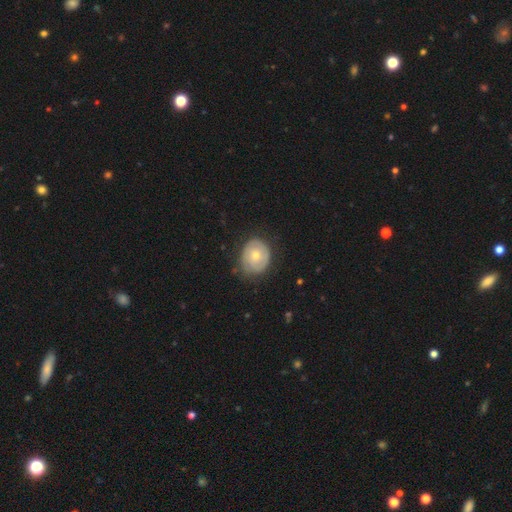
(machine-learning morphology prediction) smooth-or-featured: featured or disk: 56% | smooth: 39% | star or artifact: 6%
  disk-edge-on: no: 97% | yes: 3%
    bar: no: 80% | weak: 17% | strong: 3%
    has-spiral-arms: yes: 70% | no: 30%
    bulge-size: moderate: 53% | small: 43% | large: 2% | none: 1% | dominant: 1%
  merging: none: 68% | minor disturbance: 24% | major disturbance: 7% | merger: 1%